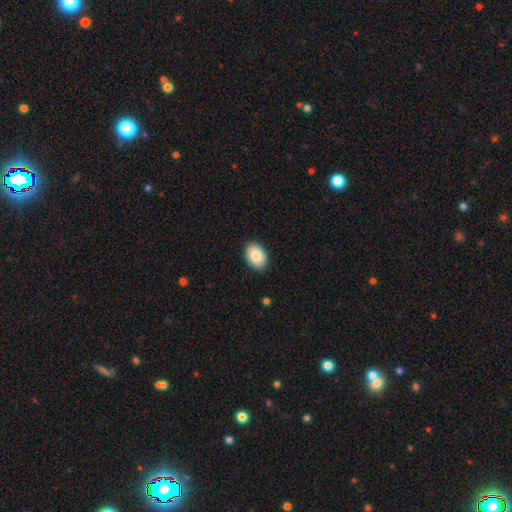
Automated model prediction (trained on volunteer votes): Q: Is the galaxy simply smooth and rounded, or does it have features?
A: smooth — 85%.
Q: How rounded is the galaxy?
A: in between — 82%.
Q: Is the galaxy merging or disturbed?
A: none — 88%.